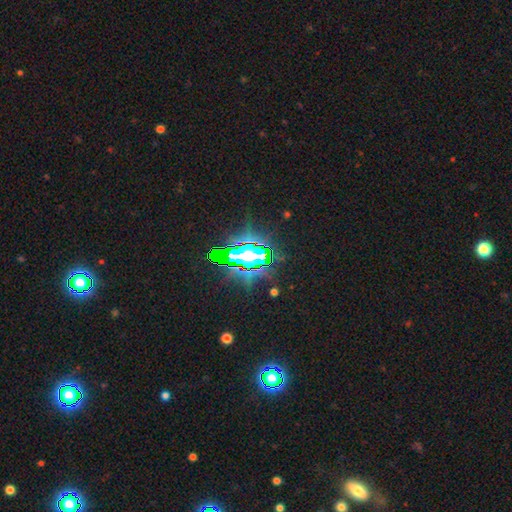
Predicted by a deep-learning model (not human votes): This appears to be a star or artifact, not a galaxy (81%).